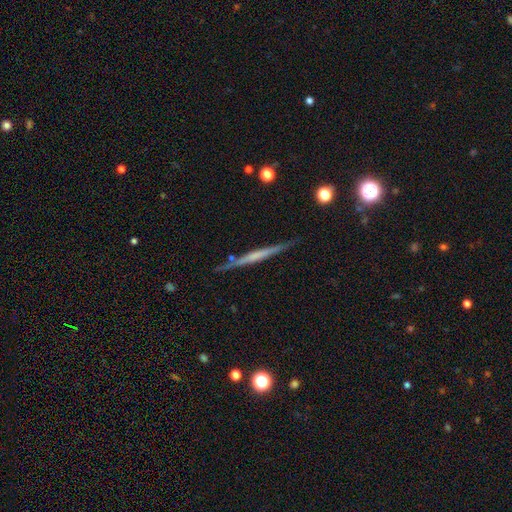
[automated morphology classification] Smooth or featured? featured or disk (62%)
Edge-on disk? yes (97%)
Edge-on bulge? none (72%)
Merging? none (85%)